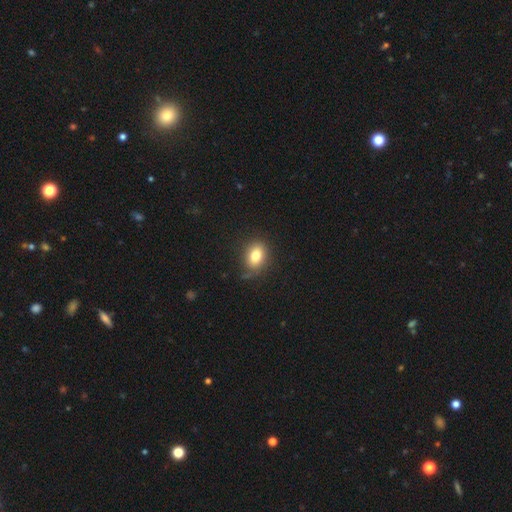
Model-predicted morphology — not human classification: type=smooth (79%); roundness=in between (65%); merging=none (75%).